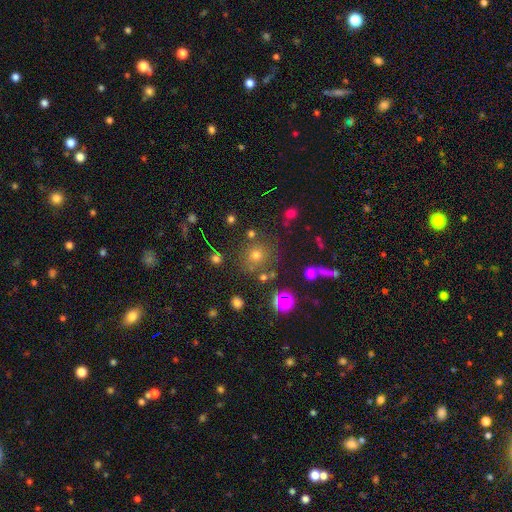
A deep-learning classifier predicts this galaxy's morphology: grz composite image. It shows a smooth galaxy with no disk features (62%) that is round (90%). Merging: none (79%).